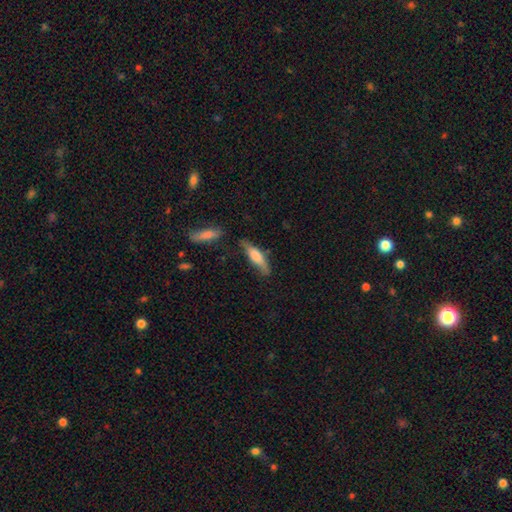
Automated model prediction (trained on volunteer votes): smooth_or_featured: smooth (p=0.63) [alt: featured or disk p=0.30]
how_rounded: cigar-shaped (p=0.67) [alt: in between p=0.31]
merging: none (p=0.62) [alt: minor disturbance p=0.24]